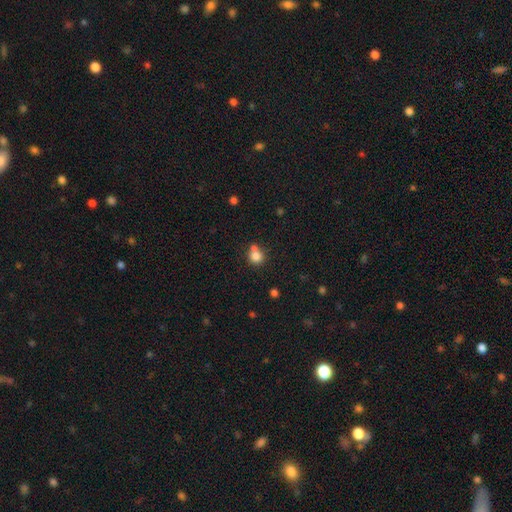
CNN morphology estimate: A smooth galaxy with no disk features (81%) that is round (83%). Merging: none (54%).